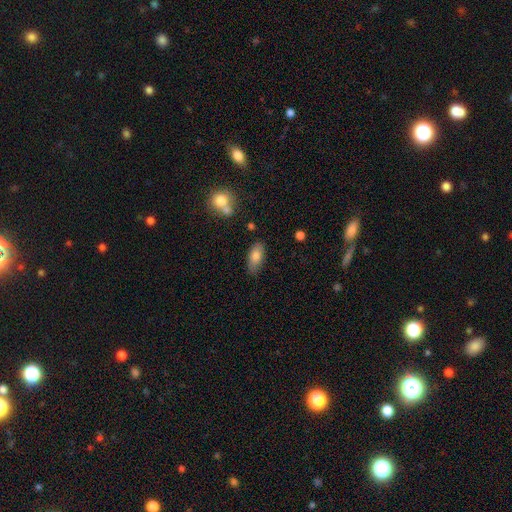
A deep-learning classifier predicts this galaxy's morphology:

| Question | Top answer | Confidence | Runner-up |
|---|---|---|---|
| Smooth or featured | smooth | 80% | featured or disk (13%) |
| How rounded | in between | 87% | cigar-shaped (10%) |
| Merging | none | 77% | minor disturbance (16%) |